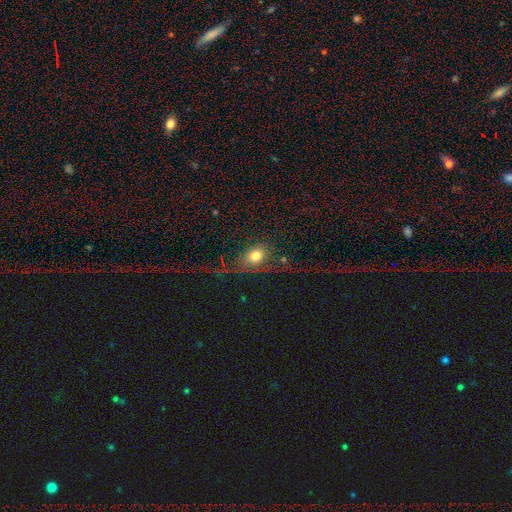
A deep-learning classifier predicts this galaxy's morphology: type=smooth (70%); roundness=in between (50%); merging=none (55%).